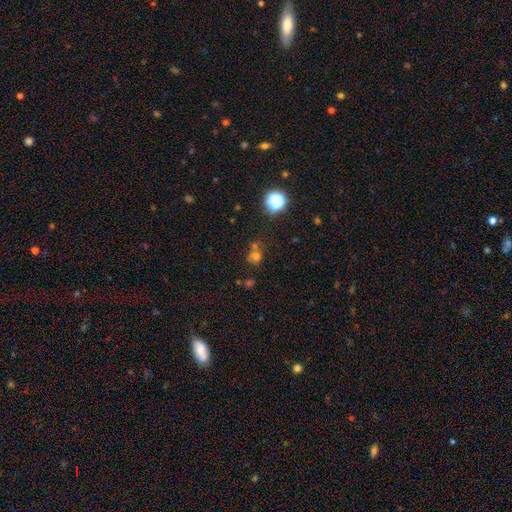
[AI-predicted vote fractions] A smooth galaxy with no disk features (55%) that is round (80%). Merging: none (51%).